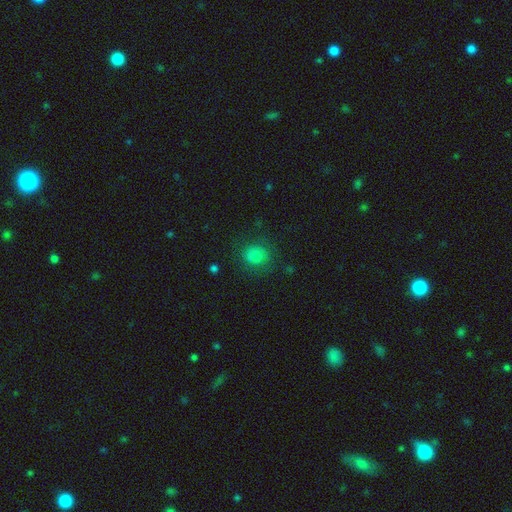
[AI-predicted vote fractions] Smooth or featured? smooth (74%)
How rounded? round (81%)
Merging? none (77%)